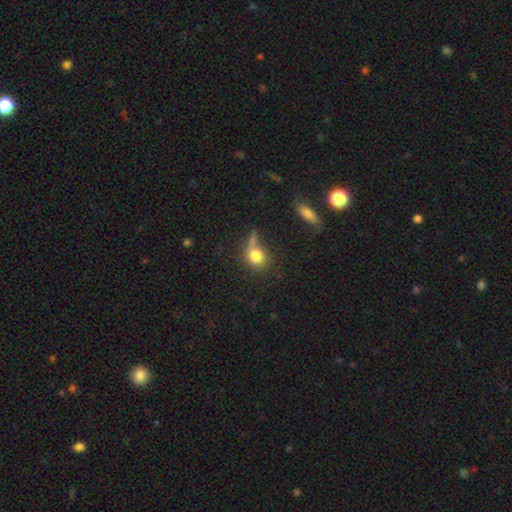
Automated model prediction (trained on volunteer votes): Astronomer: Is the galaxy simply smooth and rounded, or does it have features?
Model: smooth — 77%.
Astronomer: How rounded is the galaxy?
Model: round — 68%.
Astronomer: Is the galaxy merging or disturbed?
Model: none — 44%.